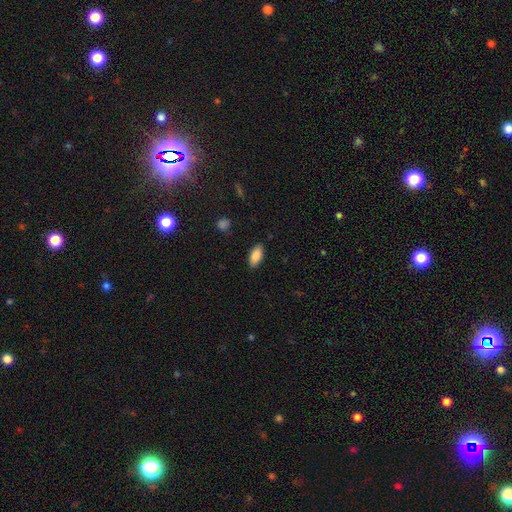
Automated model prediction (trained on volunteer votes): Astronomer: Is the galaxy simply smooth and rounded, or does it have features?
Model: smooth — 86%.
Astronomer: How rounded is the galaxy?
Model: in between — 89%.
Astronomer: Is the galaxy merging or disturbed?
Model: none — 88%.